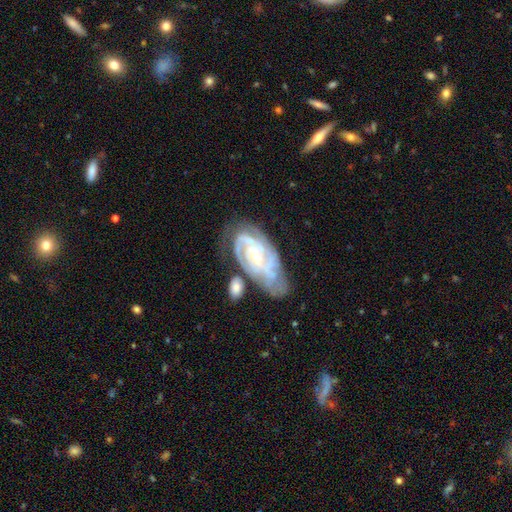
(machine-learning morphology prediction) The model was most divided on "spiral arm count": 2: 38%, 3: 25%, can't tell: 23%, 4: 6%, 1: 4%, more than 4: 4%. More confident: spiral arms — yes (96%); edge-on disk — no (96%); smooth or featured — featured or disk (87%); spiral winding — tight (67%); bulge size — small (63%); merging — none (51%); bar — no (50%).